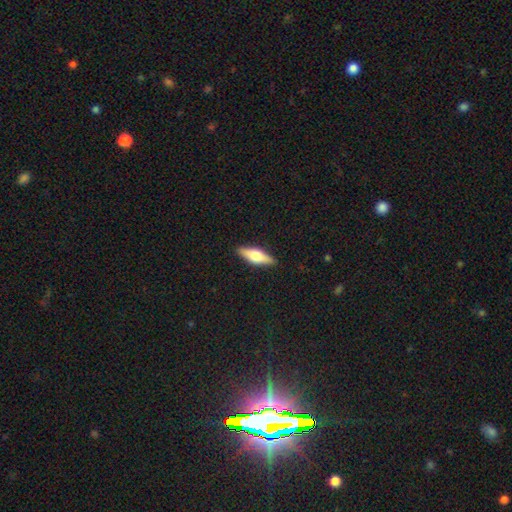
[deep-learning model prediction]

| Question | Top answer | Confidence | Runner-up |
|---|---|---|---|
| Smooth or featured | smooth | 50% | featured or disk (44%) |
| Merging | none | 89% | minor disturbance (8%) |